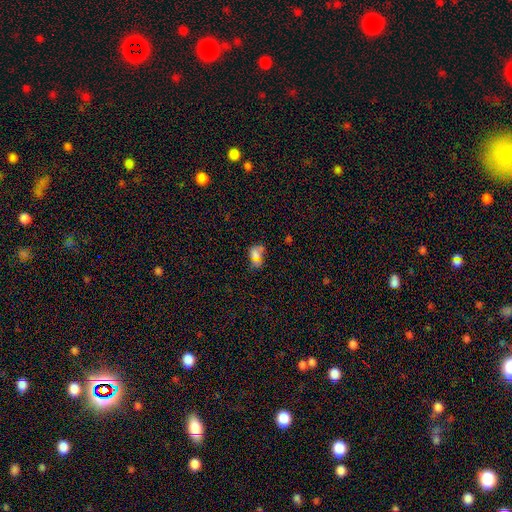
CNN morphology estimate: This appears to be a smooth galaxy with no disk features (58%) that is in between round and cigar-shaped (70%). Merging: none (61%).